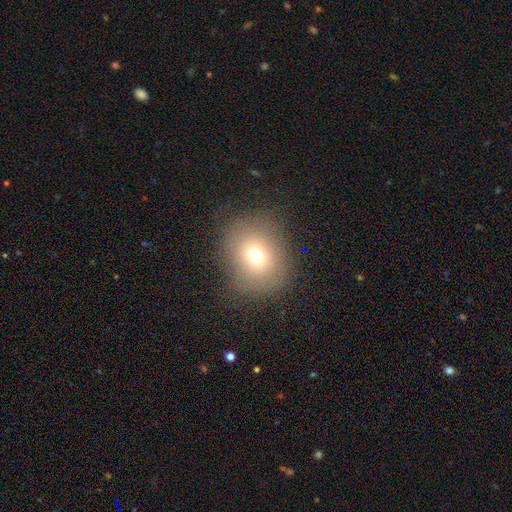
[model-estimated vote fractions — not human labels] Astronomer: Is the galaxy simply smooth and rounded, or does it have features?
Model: smooth — 72%.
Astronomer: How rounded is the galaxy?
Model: round — 71%.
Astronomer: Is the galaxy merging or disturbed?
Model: none — 82%.